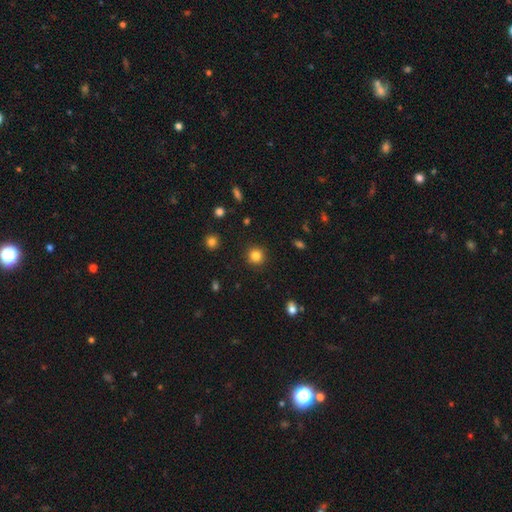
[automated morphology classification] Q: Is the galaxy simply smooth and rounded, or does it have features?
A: smooth — 83%.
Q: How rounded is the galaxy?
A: round — 93%.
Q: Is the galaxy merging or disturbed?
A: none — 91%.